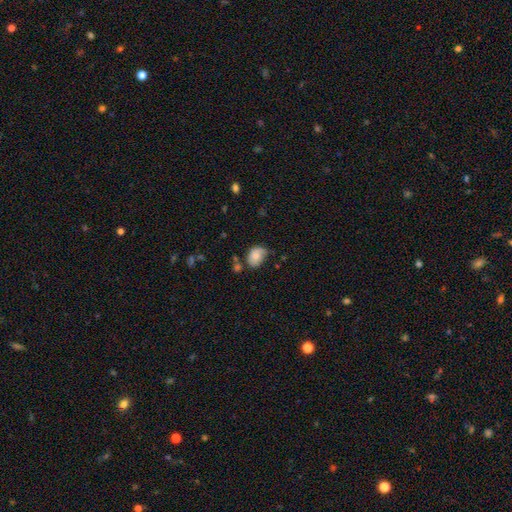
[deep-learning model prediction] Q: Smooth or featured?
A: smooth (75%); runner-up: featured or disk (16%)
Q: How rounded?
A: in between (68%); runner-up: round (31%)
Q: Merging?
A: none (41%); runner-up: minor disturbance (37%)